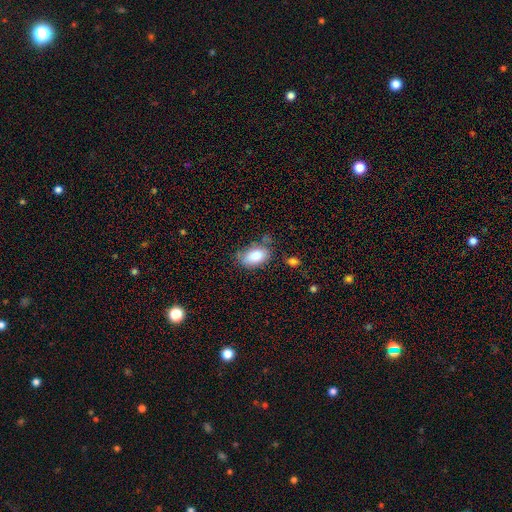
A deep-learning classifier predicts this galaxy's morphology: The model was most divided on "merging": none: 64%, minor disturbance: 24%, major disturbance: 6%, merger: 5%. More confident: how rounded — in between (92%); smooth or featured — smooth (82%).